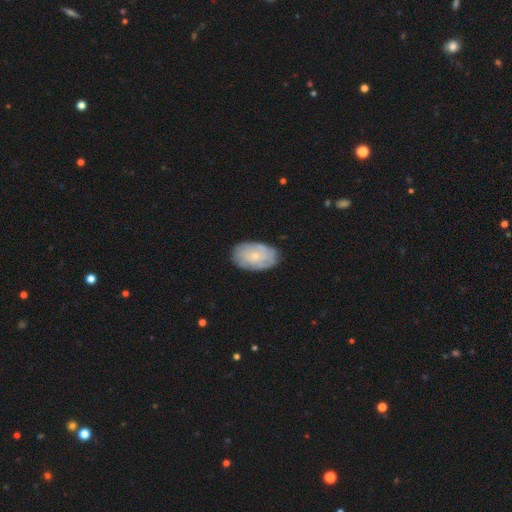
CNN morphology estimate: This is possibly a featured or disk galaxy (52%). It is clearly not viewed edge-on (95%). Merging: clearly none (80%).